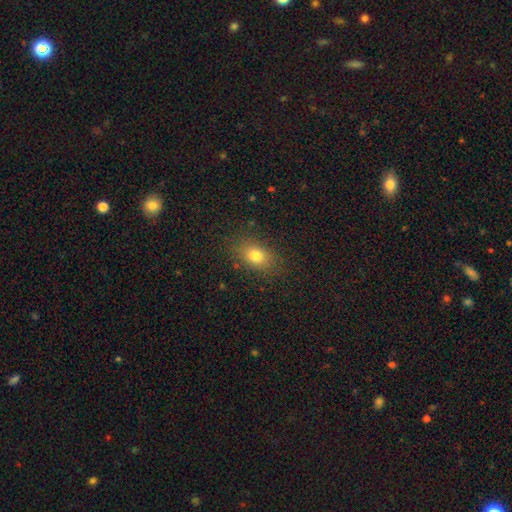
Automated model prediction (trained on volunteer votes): This is likely a smooth galaxy (78%). How rounded: likely in between (74%). Merging: clearly none (84%).